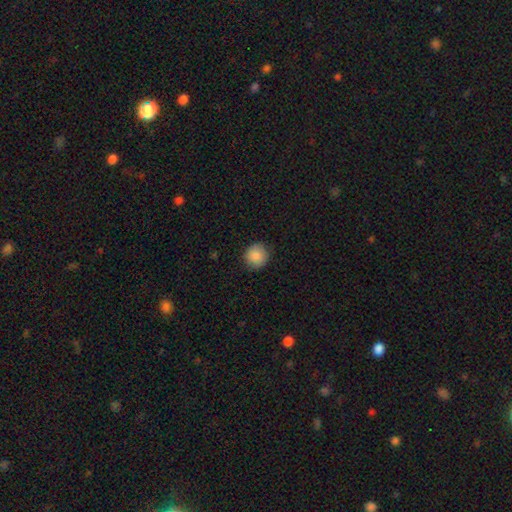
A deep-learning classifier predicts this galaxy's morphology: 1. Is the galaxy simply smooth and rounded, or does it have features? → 88% smooth, 8% star or artifact, 4% featured or disk.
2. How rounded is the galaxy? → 91% round, 9% in between, 1% cigar-shaped.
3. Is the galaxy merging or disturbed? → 88% none, 9% minor disturbance, 2% major disturbance, 1% merger.